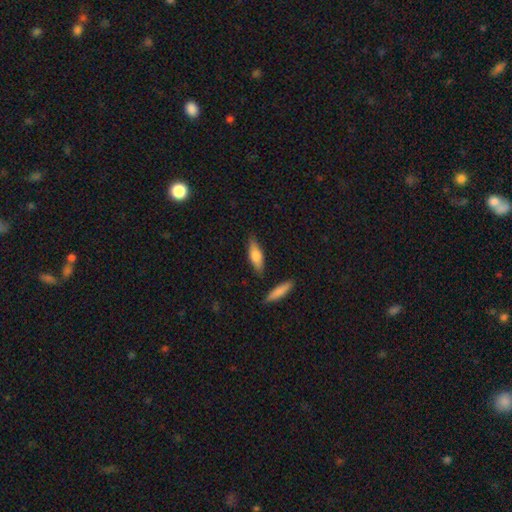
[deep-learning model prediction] smooth 69%, featured or disk 26%, star or artifact 6%. Down the decision tree: how rounded — in between (54%); merging — none (82%).